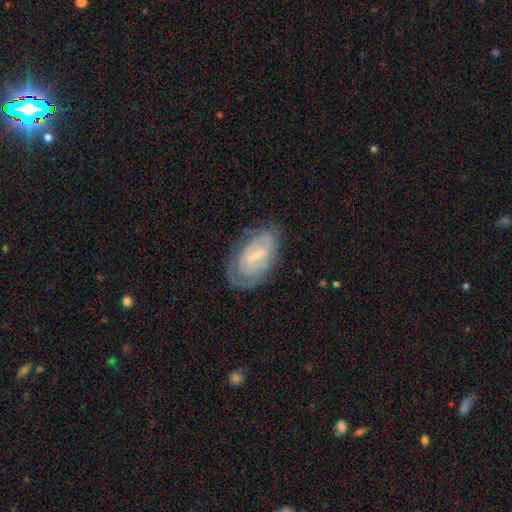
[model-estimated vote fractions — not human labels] smooth-or-featured: featured or disk: 68% | smooth: 24% | star or artifact: 7%
  disk-edge-on: no: 95% | yes: 5%
    bar: weak: 51% | no: 26% | strong: 23%
    has-spiral-arms: yes: 79% | no: 21%
      spiral-winding: tight: 62% | medium: 28% | loose: 10%
      spiral-arm-count: can't tell: 46% | 2: 35% | 1: 8% | 3: 6% | 4: 3% | more than 4: 2%
    bulge-size: small: 64% | moderate: 21% | none: 12% | large: 2% | dominant: 1%
  merging: none: 65% | minor disturbance: 22% | major disturbance: 11% | merger: 2%